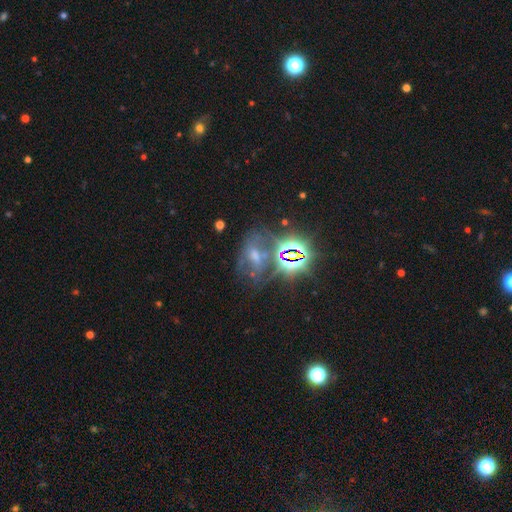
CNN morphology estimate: star or artifact 53%, featured or disk 31%, smooth 16%.